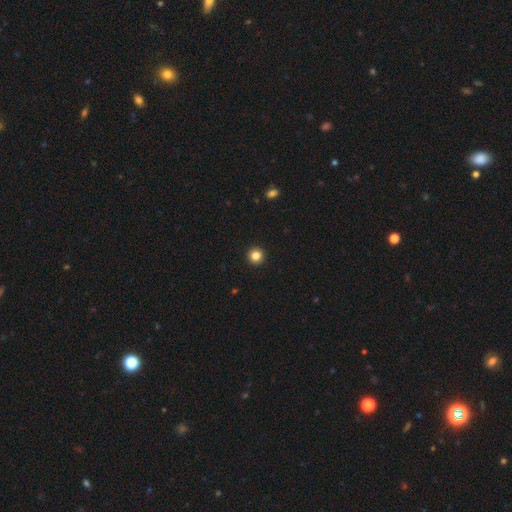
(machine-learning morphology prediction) Overall: smooth (84%). How rounded: round (96%). Merging: none (94%).